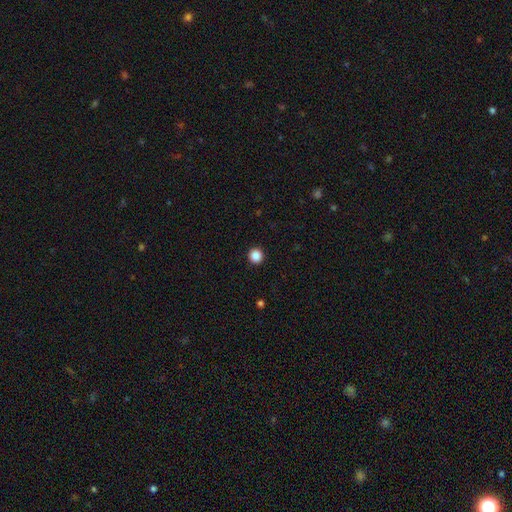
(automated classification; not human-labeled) Smooth or featured: smooth — 87% (star or artifact — 10%)
How rounded: round — 95% (in between — 4%)
Merging: none — 94% (minor disturbance — 4%)